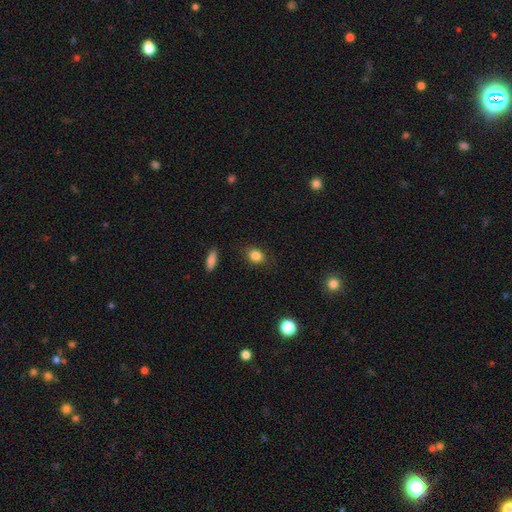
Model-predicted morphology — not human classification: Smooth or featured?
  - smooth: 84% *
  - star or artifact: 10%
  - featured or disk: 6%
How rounded?
  - in between: 58% *
  - round: 40%
  - cigar-shaped: 2%
Merging?
  - none: 83% *
  - minor disturbance: 13%
  - major disturbance: 3%
  - merger: 1%